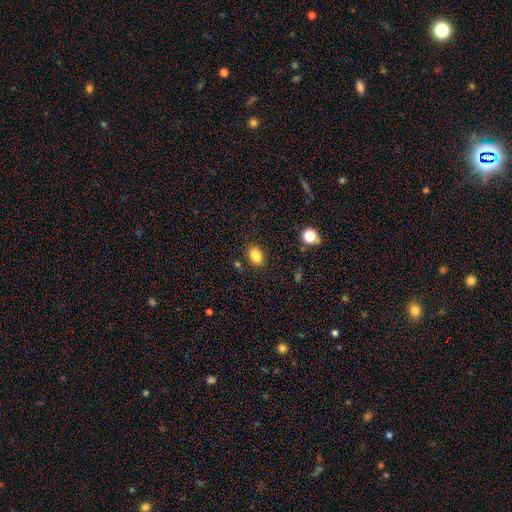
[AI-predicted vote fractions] This appears to be a smooth galaxy with no disk features (84%) that is in between round and cigar-shaped (79%). Merging: none (83%).